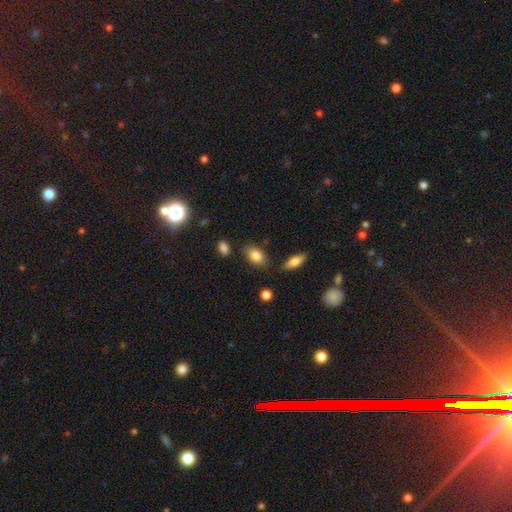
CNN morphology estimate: The model was most divided on "merging": none: 78%, minor disturbance: 14%, merger: 5%, major disturbance: 3%. More confident: how rounded — in between (86%); smooth or featured — smooth (83%).